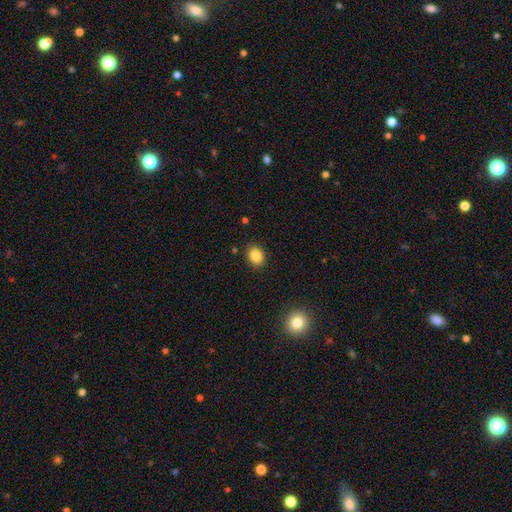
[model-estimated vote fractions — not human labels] Smooth or featured?
  - smooth: 86% *
  - star or artifact: 9%
  - featured or disk: 4%
How rounded?
  - in between: 58% *
  - round: 41%
  - cigar-shaped: 1%
Merging?
  - none: 88% *
  - minor disturbance: 8%
  - major disturbance: 2%
  - merger: 1%